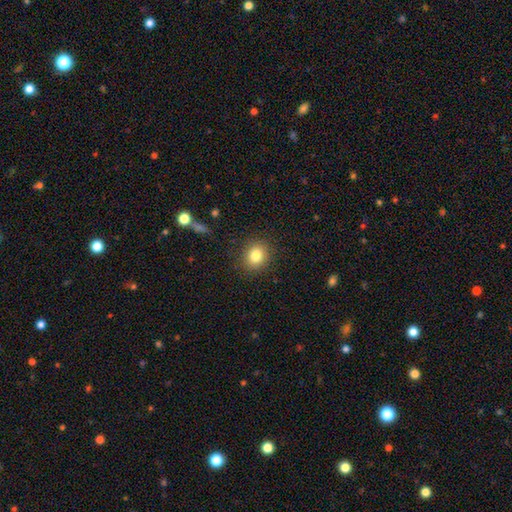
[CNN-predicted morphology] smooth_or_featured: smooth (p=0.82) [alt: star or artifact p=0.11]
how_rounded: round (p=0.70) [alt: in between p=0.29]
merging: none (p=0.88) [alt: minor disturbance p=0.08]